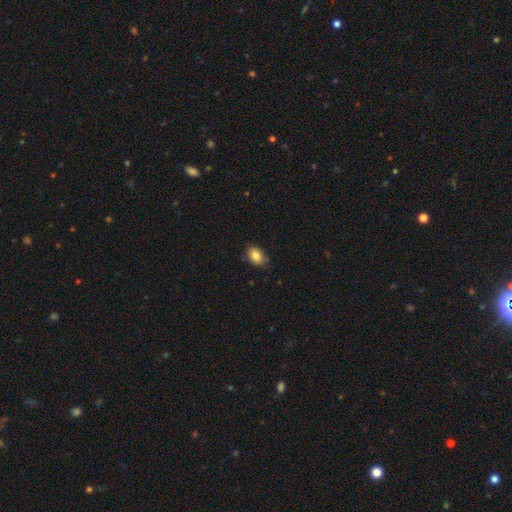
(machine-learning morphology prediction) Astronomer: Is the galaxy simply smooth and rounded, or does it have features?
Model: smooth — 83%.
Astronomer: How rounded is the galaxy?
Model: in between — 81%.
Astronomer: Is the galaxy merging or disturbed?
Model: none — 76%.